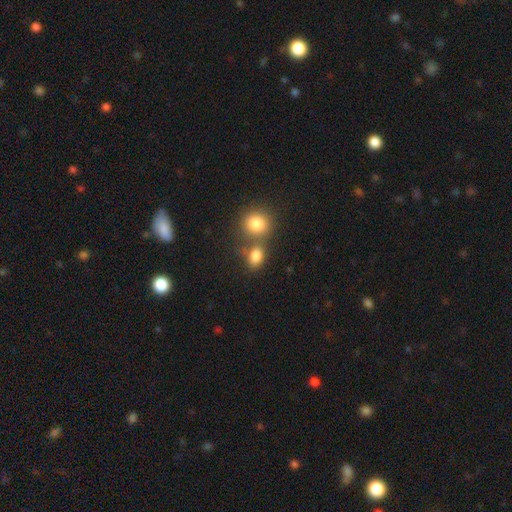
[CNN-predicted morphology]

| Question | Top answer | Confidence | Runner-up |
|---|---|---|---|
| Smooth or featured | smooth | 83% | star or artifact (11%) |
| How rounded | in between | 62% | round (36%) |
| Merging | none | 50% | merger (34%) |